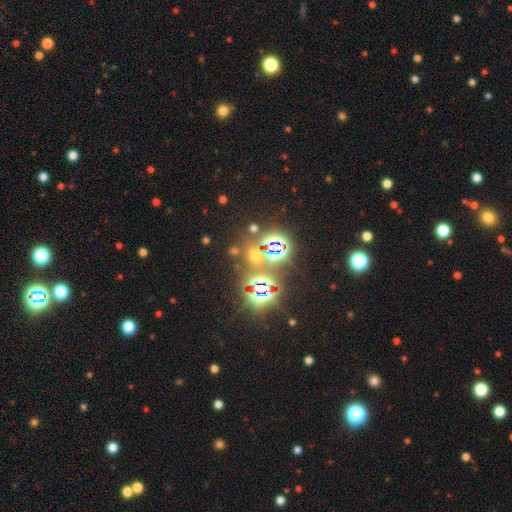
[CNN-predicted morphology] Smooth or featured? Predicted: star or artifact (p=0.68).